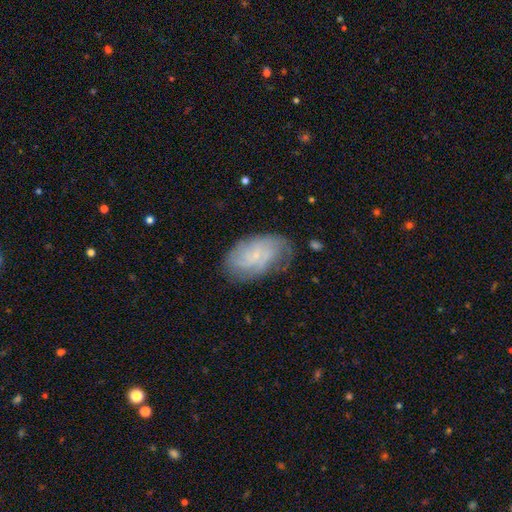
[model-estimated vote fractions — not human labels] This appears to be a featured or disk galaxy (49%). Merging: none (73%).